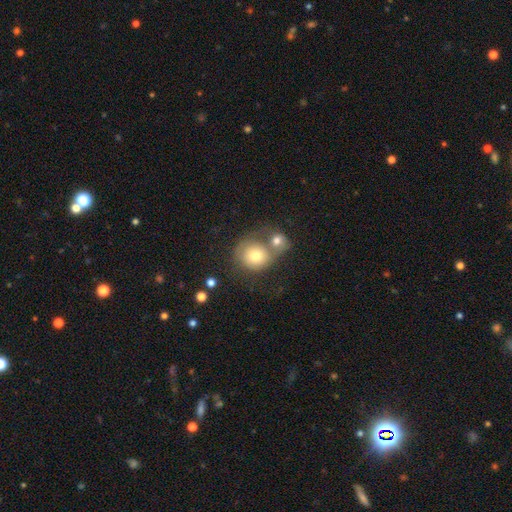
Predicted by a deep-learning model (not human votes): A smooth galaxy with no disk features (72%) that is round (81%). Merging: merger (55%).